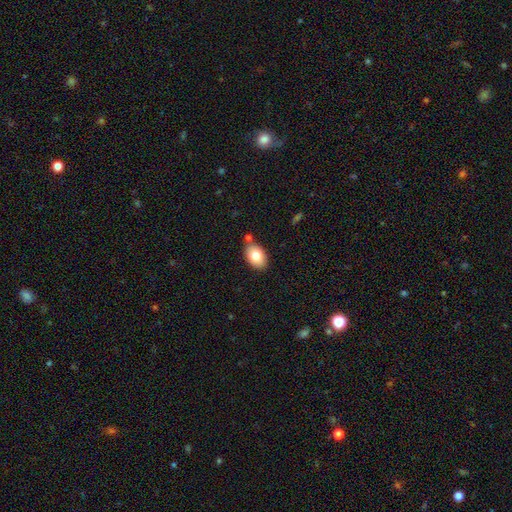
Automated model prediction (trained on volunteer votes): smooth-or-featured: smooth: 81% | featured or disk: 12% | star or artifact: 8%
  how-rounded: in between: 85% | round: 14% | cigar-shaped: 1%
  merging: none: 78% | minor disturbance: 12% | merger: 7% | major disturbance: 3%